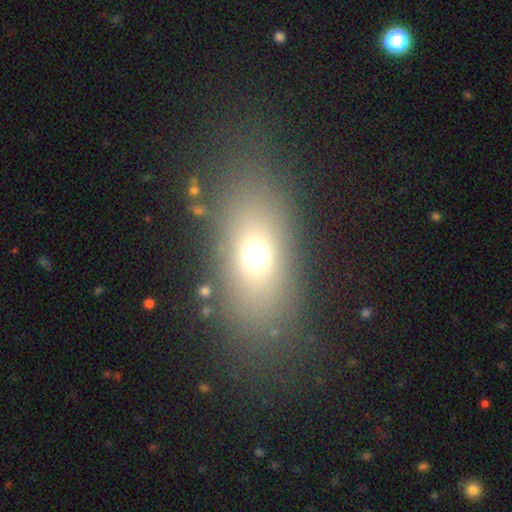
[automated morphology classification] Smooth or featured?
  - smooth: 67% *
  - star or artifact: 16%
  - featured or disk: 16%
How rounded?
  - in between: 77% *
  - round: 17%
  - cigar-shaped: 6%
Merging?
  - none: 76% *
  - minor disturbance: 11%
  - major disturbance: 10%
  - merger: 3%